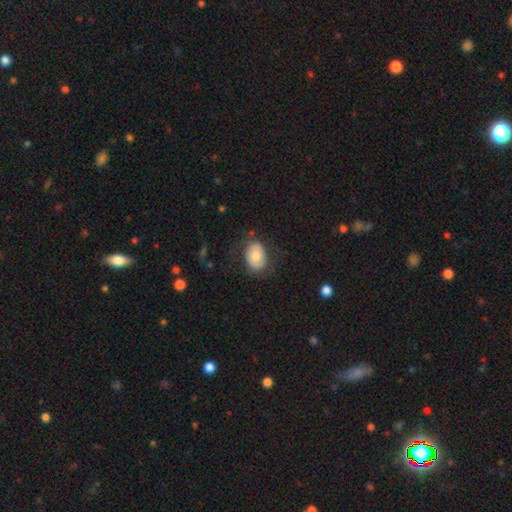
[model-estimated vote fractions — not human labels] Morphology: type=smooth (66%); roundness=in between (71%); merging=none (69%).